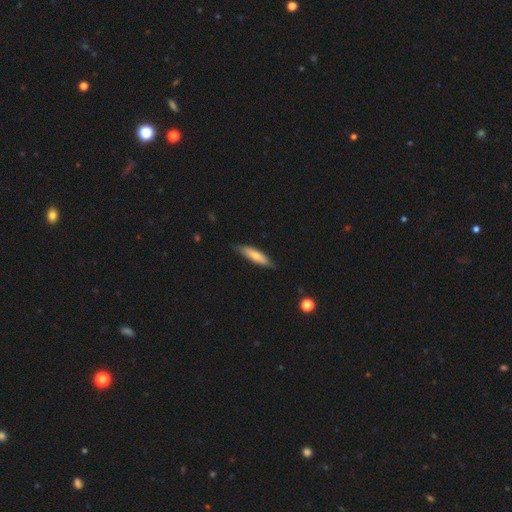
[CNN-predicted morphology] Smooth or featured?
  - smooth: 67% *
  - featured or disk: 27%
  - star or artifact: 6%
How rounded?
  - cigar-shaped: 68% *
  - in between: 31%
  - round: 2%
Merging?
  - none: 78% *
  - minor disturbance: 19%
  - major disturbance: 3%
  - merger: 1%